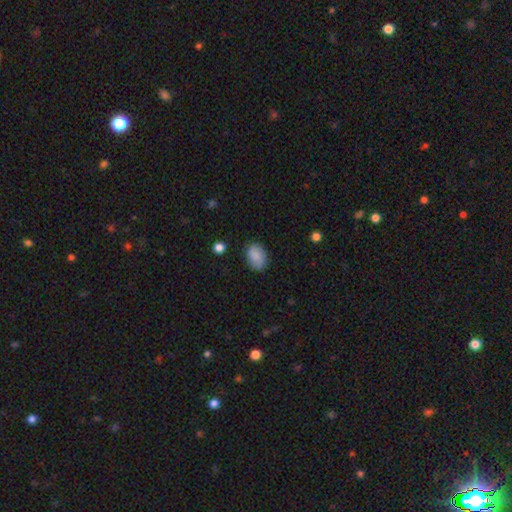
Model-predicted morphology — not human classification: This appears to be a smooth galaxy with no disk features (85%) that is in between round and cigar-shaped (79%). Merging: none (78%).